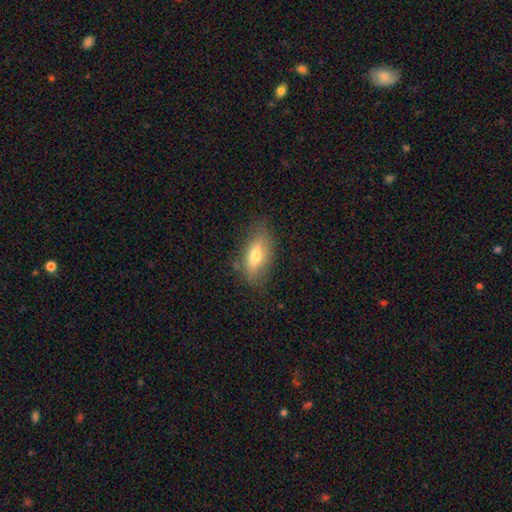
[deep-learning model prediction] Morphology: type=smooth (63%); roundness=in between (76%); merging=none (75%).